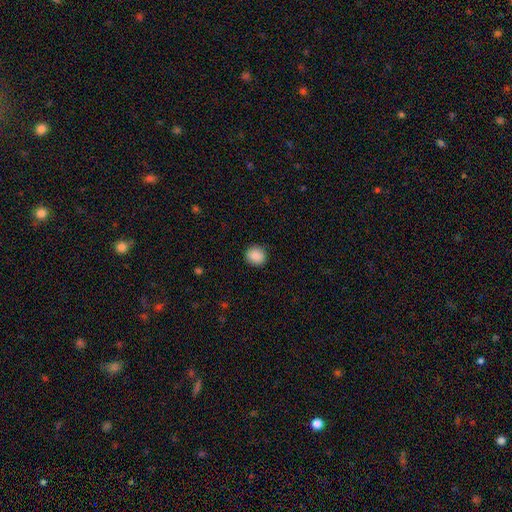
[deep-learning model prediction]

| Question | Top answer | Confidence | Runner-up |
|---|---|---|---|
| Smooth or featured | smooth | 89% | star or artifact (8%) |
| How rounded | round | 81% | in between (18%) |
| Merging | none | 90% | minor disturbance (7%) |